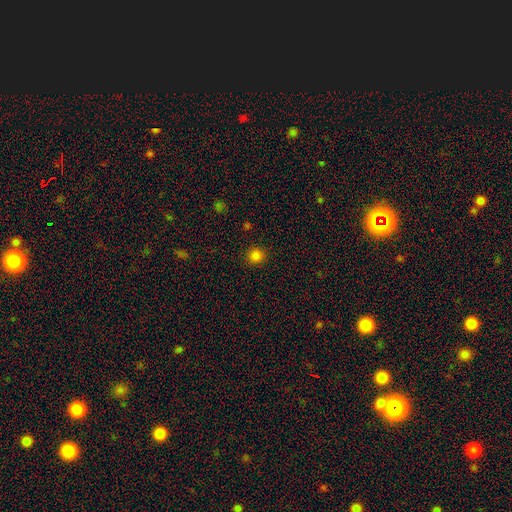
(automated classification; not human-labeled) Smooth or featured? Predicted: smooth (p=0.82). How rounded? Predicted: round (p=0.91). Merging? Predicted: none (p=0.91).